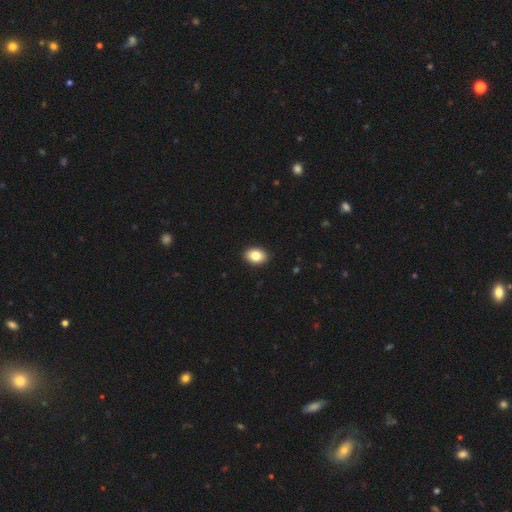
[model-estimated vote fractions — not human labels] Morphology: type=smooth (84%); roundness=in between (78%); merging=none (91%).